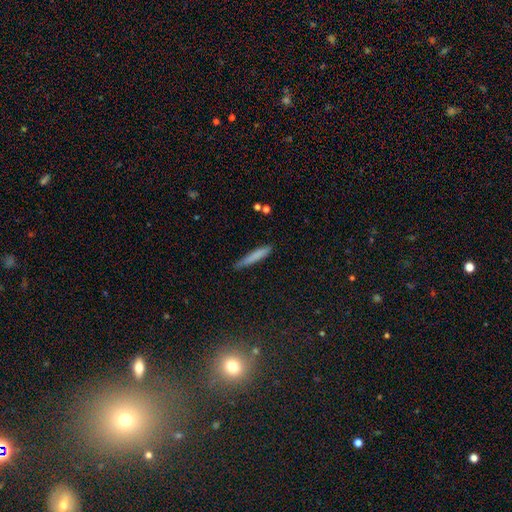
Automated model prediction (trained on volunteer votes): The model was most divided on "smooth or featured": smooth: 78%, featured or disk: 15%, star or artifact: 7%. More confident: how rounded — cigar-shaped (94%); merging — none (82%).